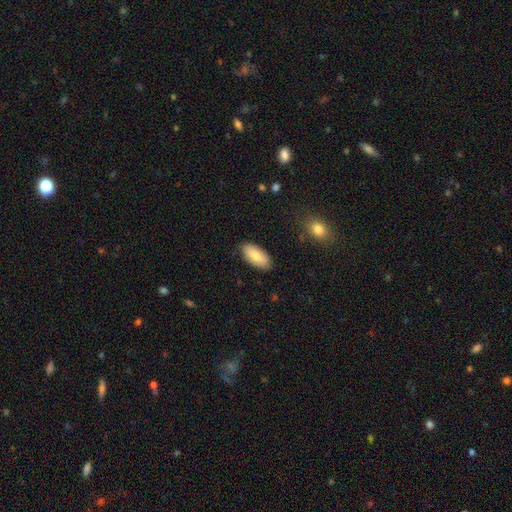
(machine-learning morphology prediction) This appears to be a smooth galaxy with no disk features (80%) that is in between round and cigar-shaped (90%). Merging: none (85%).